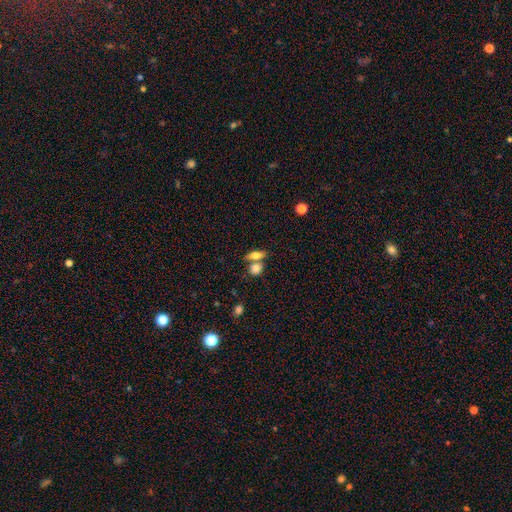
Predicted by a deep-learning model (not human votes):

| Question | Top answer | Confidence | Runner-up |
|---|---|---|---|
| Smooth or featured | smooth | 71% | featured or disk (21%) |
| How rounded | in between | 64% | cigar-shaped (21%) |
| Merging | none | 46% | merger (41%) |